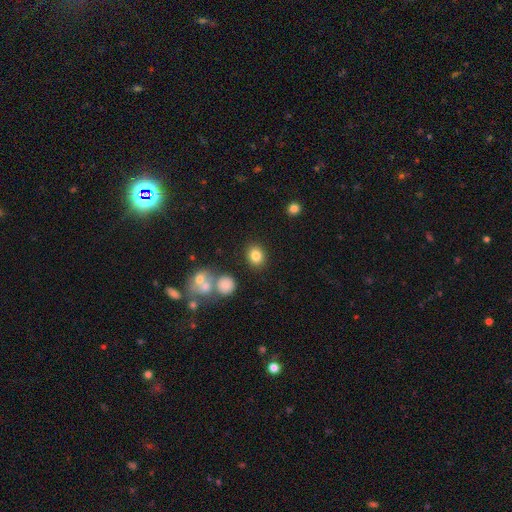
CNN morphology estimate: Smooth or featured? Predicted: smooth (p=0.83). How rounded? Predicted: round (p=0.65). Merging? Predicted: none (p=0.86).